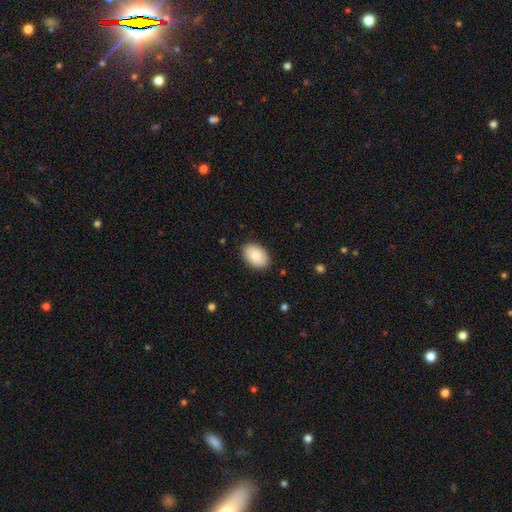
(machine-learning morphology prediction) smooth-or-featured: smooth: 85% | featured or disk: 9% | star or artifact: 6%
  how-rounded: in between: 90% | round: 9% | cigar-shaped: 1%
  merging: none: 88% | minor disturbance: 9% | major disturbance: 2% | merger: 1%